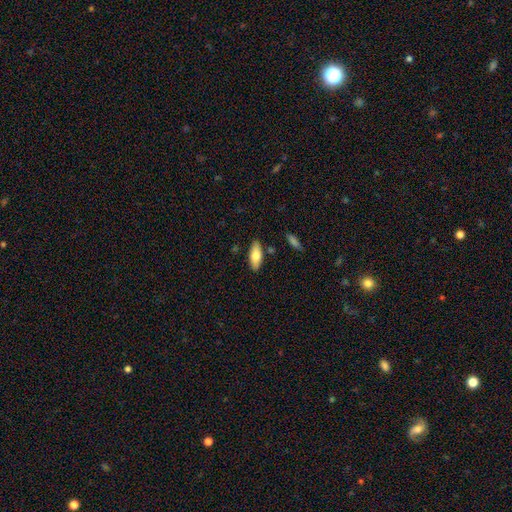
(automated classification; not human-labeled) smooth-or-featured: smooth: 74% | featured or disk: 20% | star or artifact: 6%
  how-rounded: in between: 78% | cigar-shaped: 20% | round: 2%
  merging: none: 85% | minor disturbance: 10% | merger: 3% | major disturbance: 2%